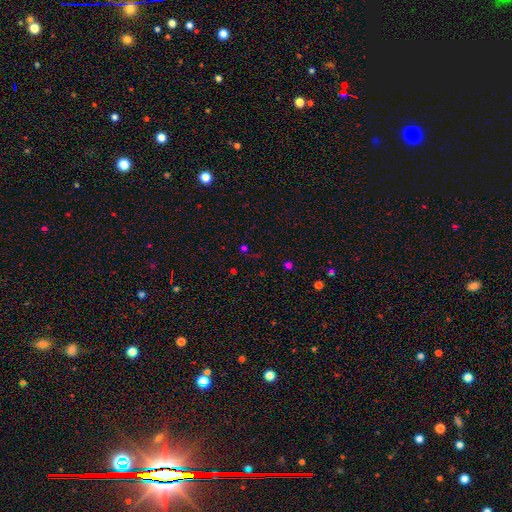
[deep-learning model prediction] star or artifact 53%, smooth 39%, featured or disk 8%.